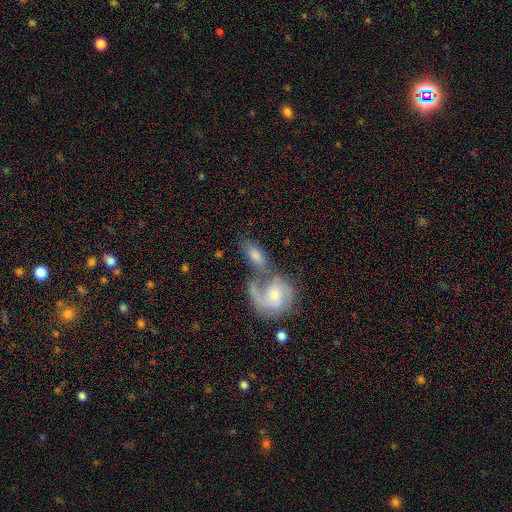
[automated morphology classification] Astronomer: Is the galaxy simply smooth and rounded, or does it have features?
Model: smooth — 52% (runner-up: featured or disk, 41%).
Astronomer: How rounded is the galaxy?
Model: in between — 80%.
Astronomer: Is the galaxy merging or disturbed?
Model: merger — 52% (runner-up: none, 28%).